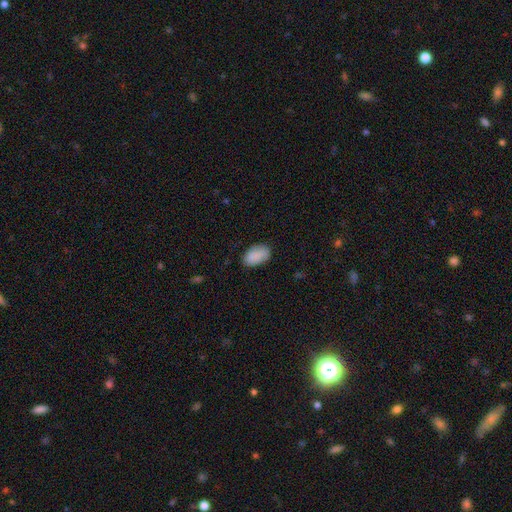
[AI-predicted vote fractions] This appears to be a smooth galaxy with no disk features (88%) that is in between round and cigar-shaped (93%). Merging: none (80%).